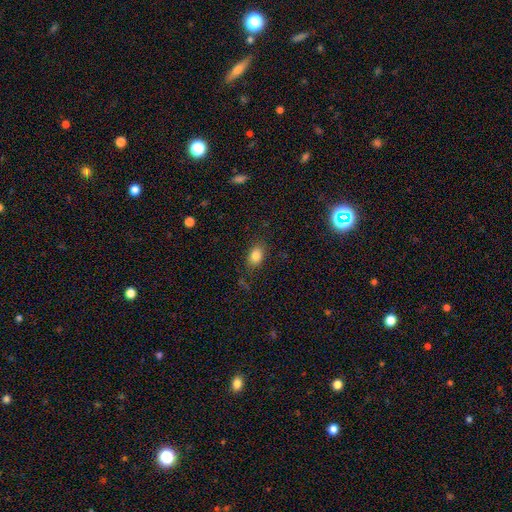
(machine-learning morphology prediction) Overall: smooth (83%). How rounded: in between (80%). Merging: none (81%).